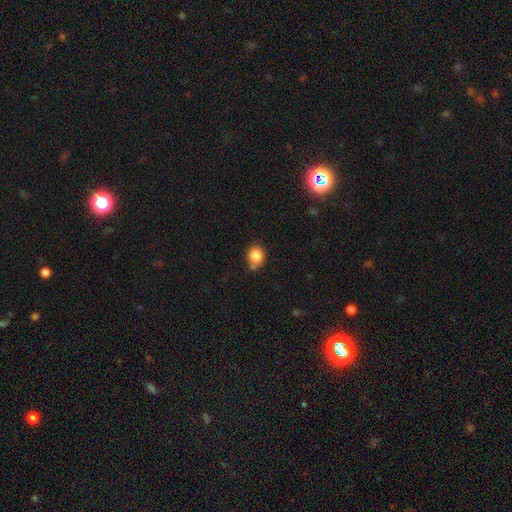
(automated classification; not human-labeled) smooth 83%, star or artifact 10%, featured or disk 7%. Down the decision tree: how rounded — round (67%); merging — none (60%).